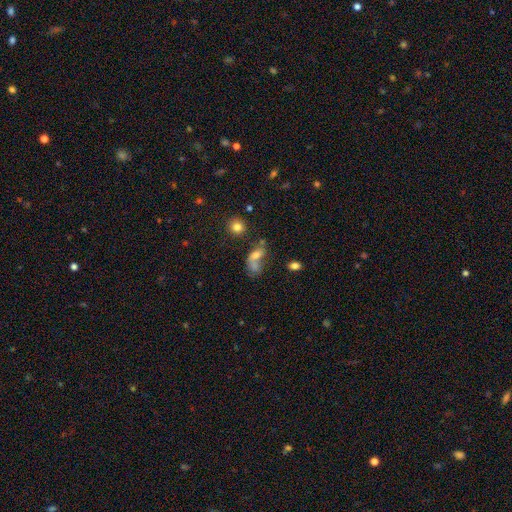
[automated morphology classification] Overall: smooth (63%). How rounded: in between (72%). Merging: merger (50%; none 24%).